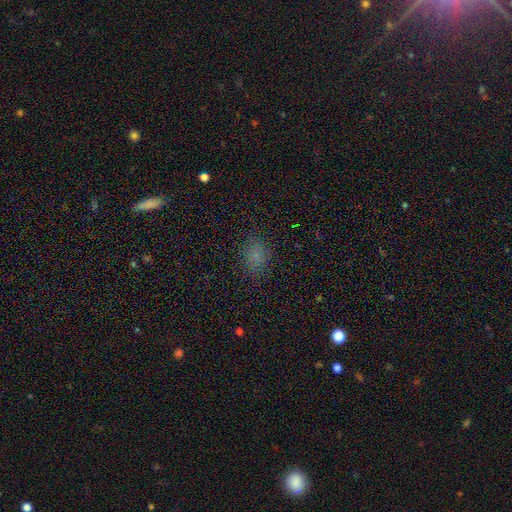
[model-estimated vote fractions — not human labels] A smooth galaxy with no disk features (75%) that is in between round and cigar-shaped (71%). Merging: none (82%).